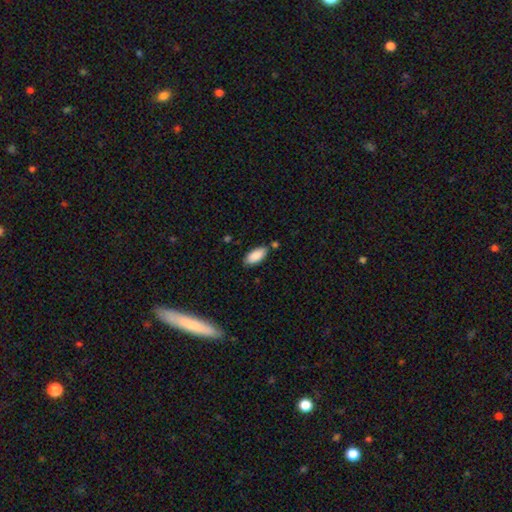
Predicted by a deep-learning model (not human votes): The model was most divided on "merging": none: 77%, minor disturbance: 14%, merger: 6%, major disturbance: 3%. More confident: how rounded — in between (89%); smooth or featured — smooth (88%).